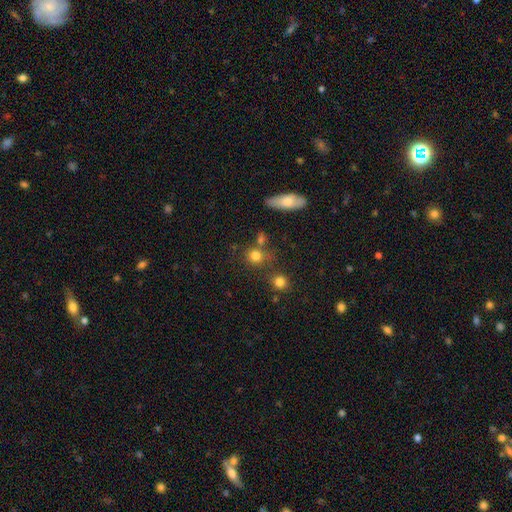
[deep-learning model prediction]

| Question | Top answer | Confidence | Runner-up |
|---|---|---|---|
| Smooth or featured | smooth | 79% | star or artifact (13%) |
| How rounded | round | 82% | in between (16%) |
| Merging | none | 64% | merger (18%) |